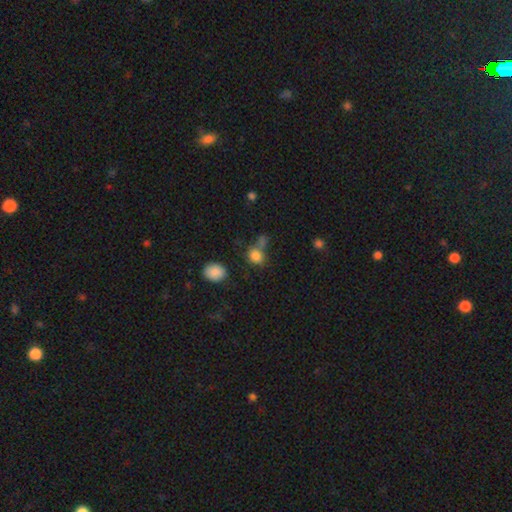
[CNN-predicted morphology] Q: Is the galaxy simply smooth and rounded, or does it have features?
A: smooth — 82%.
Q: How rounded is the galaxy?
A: round — 60%.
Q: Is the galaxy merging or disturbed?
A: none — 50%.